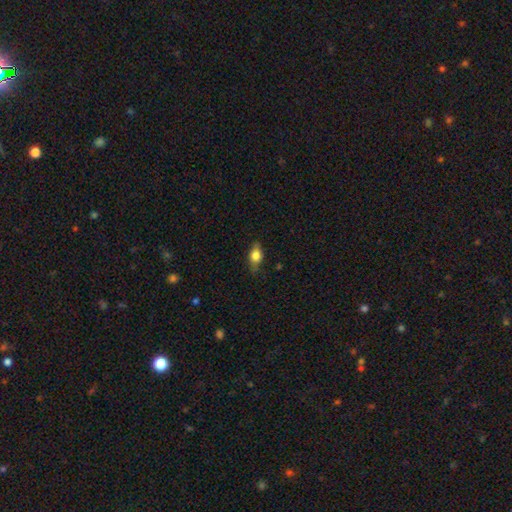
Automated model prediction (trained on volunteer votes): Smooth or featured? Predicted: smooth (p=0.69). How rounded? Predicted: in between (p=0.76). Merging? Predicted: none (p=0.78).